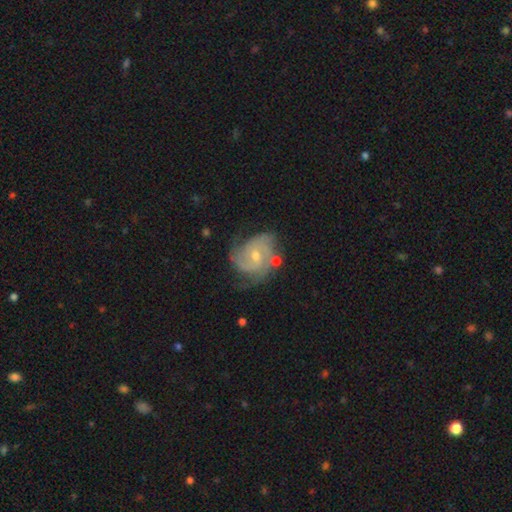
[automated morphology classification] featured or disk 84%, smooth 10%, star or artifact 6%. Down the decision tree: edge-on disk — no (98%); bar — no (62%); spiral arms — yes (95%); spiral arm count — 3 (34%); spiral winding — tight (47%); bulge size — small (52%); merging — none (56%).